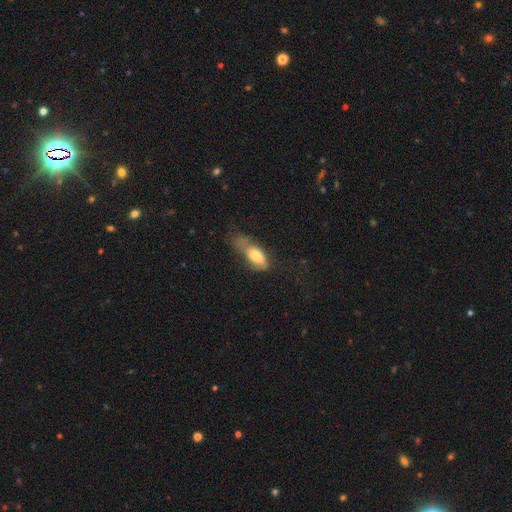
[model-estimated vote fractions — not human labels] Smooth or featured?
  - smooth: 69% *
  - featured or disk: 23%
  - star or artifact: 7%
How rounded?
  - in between: 81% *
  - cigar-shaped: 16%
  - round: 3%
Merging?
  - major disturbance: 36% *
  - minor disturbance: 32%
  - none: 25%
  - merger: 6%